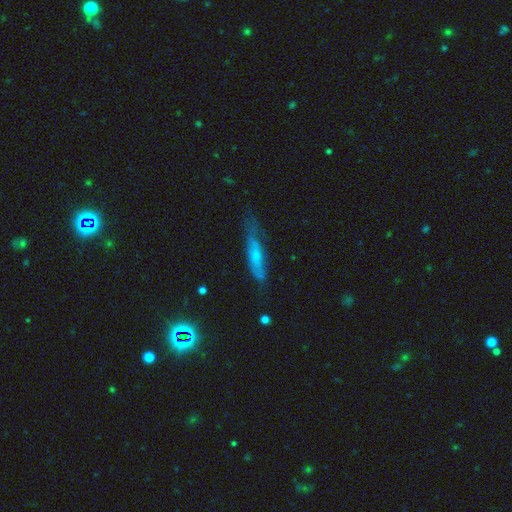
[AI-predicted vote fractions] featured or disk 46%, smooth 42%, star or artifact 12%. Down the decision tree: merging — none (55%).